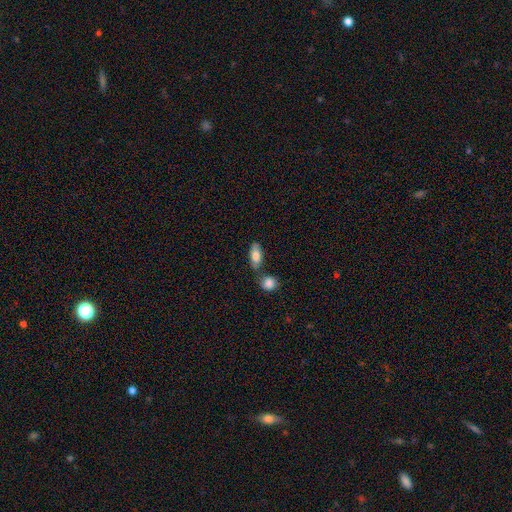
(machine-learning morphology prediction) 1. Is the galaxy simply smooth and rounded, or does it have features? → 79% smooth, 15% featured or disk, 7% star or artifact.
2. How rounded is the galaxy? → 81% in between, 16% cigar-shaped, 4% round.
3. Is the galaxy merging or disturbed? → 62% none, 20% merger, 14% minor disturbance, 4% major disturbance.